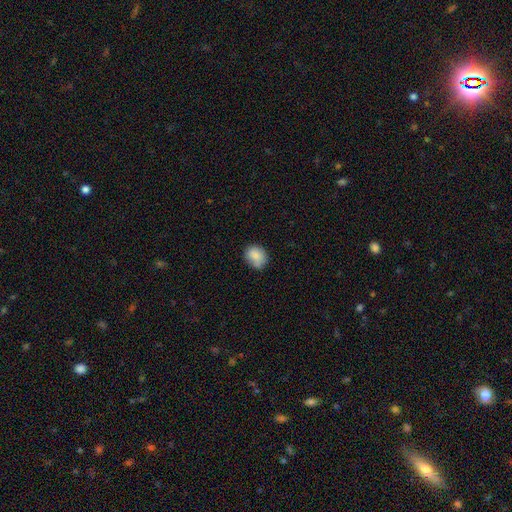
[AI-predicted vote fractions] Smooth or featured? smooth (85%)
How rounded? round (58%)
Merging? none (67%)